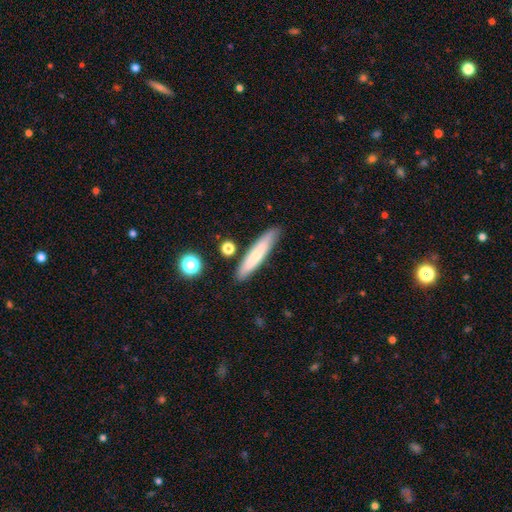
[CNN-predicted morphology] Overall: smooth (66%; featured or disk 27%). How rounded: cigar-shaped (89%). Merging: none (85%).